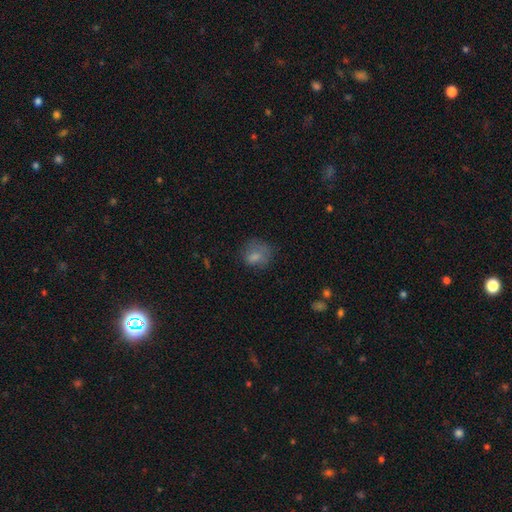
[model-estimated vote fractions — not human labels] Smooth or featured? smooth (75%)
How rounded? round (64%)
Merging? none (54%)